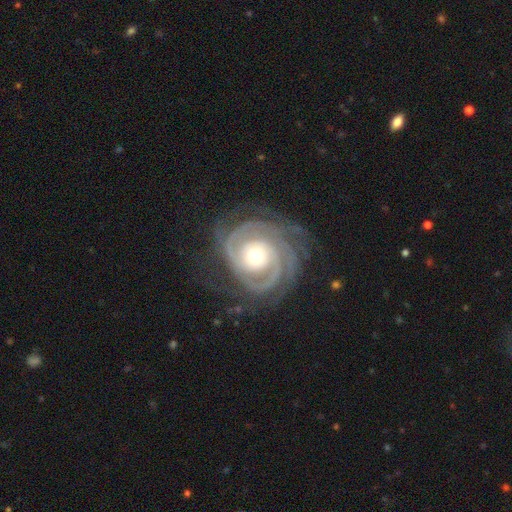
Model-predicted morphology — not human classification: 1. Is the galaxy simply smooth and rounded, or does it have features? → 91% featured or disk, 5% smooth, 4% star or artifact.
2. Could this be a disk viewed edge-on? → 98% no, 2% yes.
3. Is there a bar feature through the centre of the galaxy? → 74% no, 18% weak, 7% strong.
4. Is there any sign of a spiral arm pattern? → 98% yes, 2% no.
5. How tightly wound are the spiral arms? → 72% tight, 24% medium, 5% loose.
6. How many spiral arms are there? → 35% 2, 27% 3, 16% can't tell, 9% 4, 7% 1, 6% more than 4.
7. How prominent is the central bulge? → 64% moderate, 23% small, 11% large, 1% dominant, 1% none.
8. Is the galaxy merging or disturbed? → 71% none, 17% minor disturbance, 11% major disturbance, 1% merger.